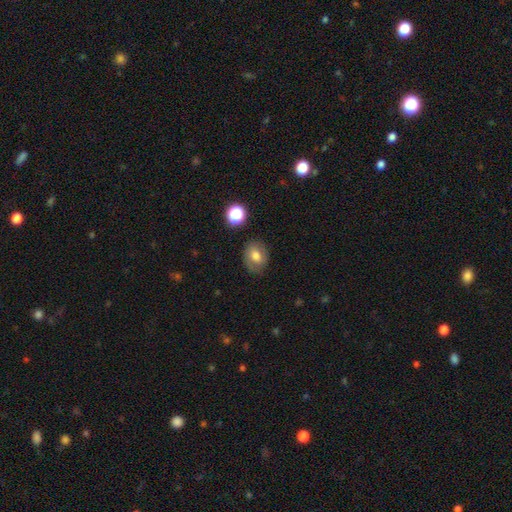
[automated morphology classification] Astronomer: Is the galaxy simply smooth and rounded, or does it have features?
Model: smooth — 64%.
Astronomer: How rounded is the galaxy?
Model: in between — 53% (runner-up: round, 46%).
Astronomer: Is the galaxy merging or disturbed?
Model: none — 77%.